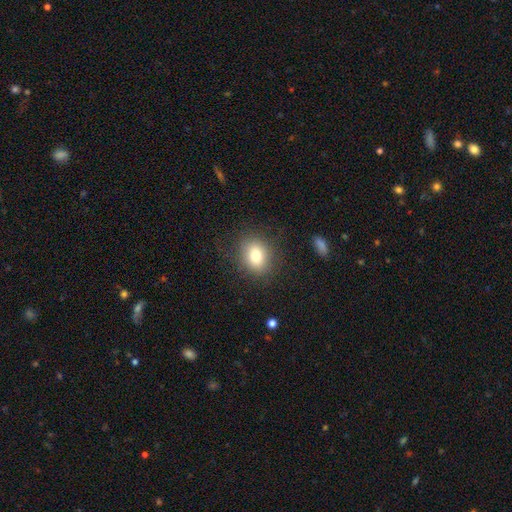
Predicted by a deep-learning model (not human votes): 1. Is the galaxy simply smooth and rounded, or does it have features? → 80% smooth, 10% featured or disk, 10% star or artifact.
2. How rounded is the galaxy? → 54% in between, 44% round, 1% cigar-shaped.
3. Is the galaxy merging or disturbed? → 84% none, 11% minor disturbance, 4% major disturbance, 1% merger.